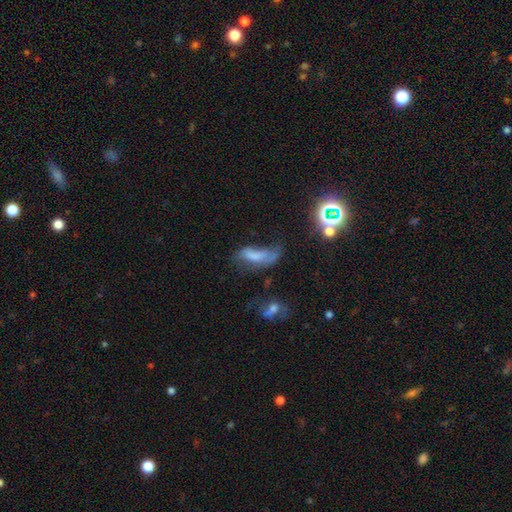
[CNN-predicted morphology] A smooth galaxy with no disk features (49%).

Vote fractions:
- Smooth or featured? smooth: 49% / featured or disk: 33% / star or artifact: 18%
- Merging? major disturbance: 39% / none: 25% / minor disturbance: 24% / merger: 12%